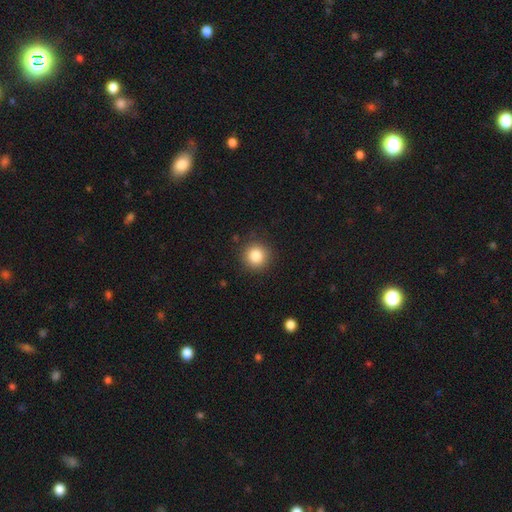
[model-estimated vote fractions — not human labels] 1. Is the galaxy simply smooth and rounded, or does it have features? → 84% smooth, 10% star or artifact, 6% featured or disk.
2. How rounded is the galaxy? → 94% round, 5% in between, 1% cigar-shaped.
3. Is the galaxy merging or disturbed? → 90% none, 7% minor disturbance, 2% major disturbance, 1% merger.